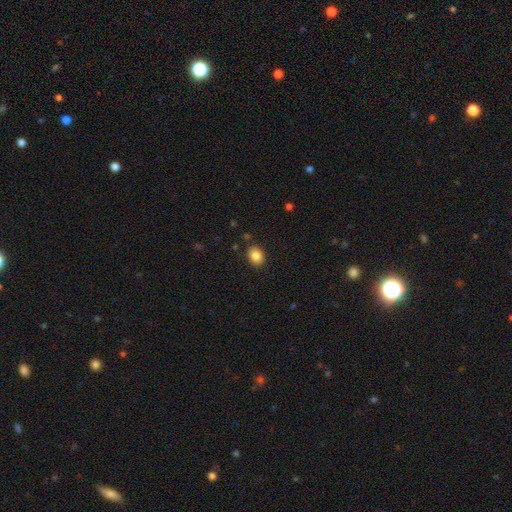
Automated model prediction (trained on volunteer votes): A smooth galaxy with no disk features (85%) that is in between round and cigar-shaped (56%).

Vote fractions:
- Smooth or featured? smooth: 85% / star or artifact: 9% / featured or disk: 6%
- How rounded? in between: 56% / round: 44% / cigar-shaped: 1%
- Merging? none: 88% / minor disturbance: 8% / major disturbance: 2% / merger: 2%